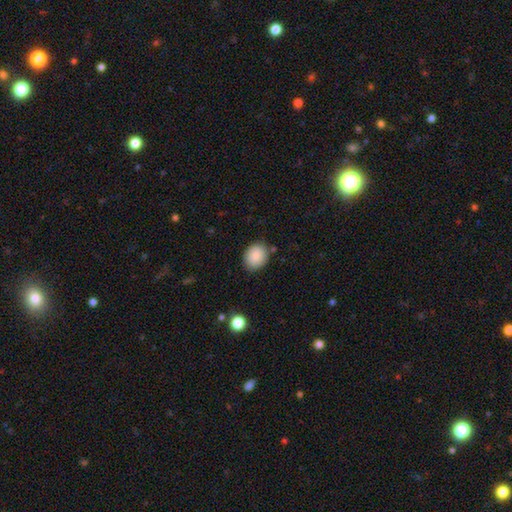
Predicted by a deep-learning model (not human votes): Q: Smooth or featured?
A: smooth (87%); runner-up: star or artifact (8%)
Q: How rounded?
A: round (54%); runner-up: in between (46%)
Q: Merging?
A: none (81%); runner-up: minor disturbance (14%)